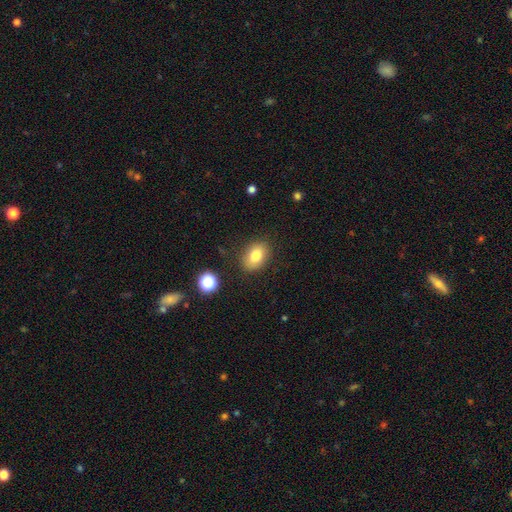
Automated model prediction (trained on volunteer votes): This is likely a smooth galaxy (80%). How rounded: likely in between (74%). Merging: clearly none (85%).